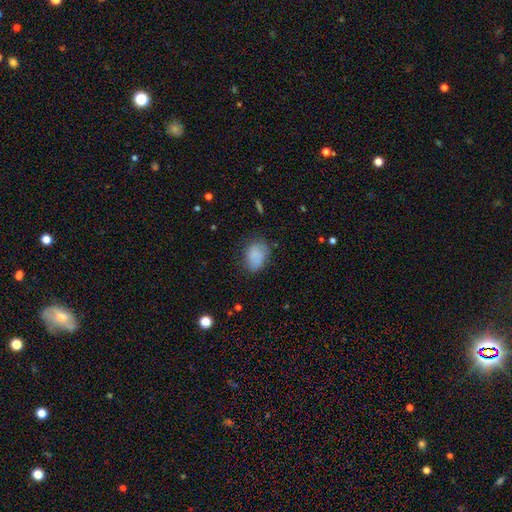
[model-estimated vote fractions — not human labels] smooth_or_featured: smooth (p=0.77) [alt: featured or disk p=0.14]
how_rounded: in between (p=0.71) [alt: round p=0.27]
merging: none (p=0.59) [alt: minor disturbance p=0.28]